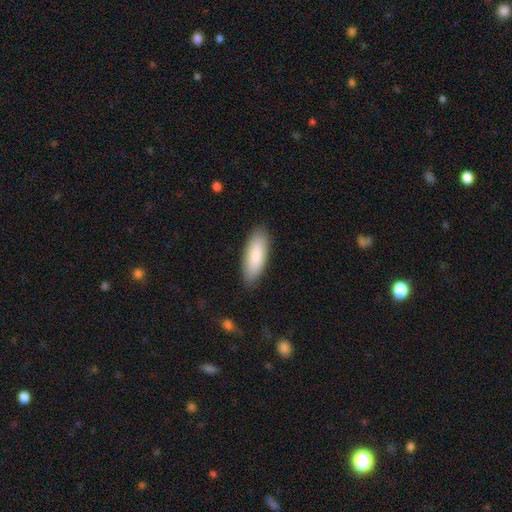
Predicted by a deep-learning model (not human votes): Smooth or featured?
  - smooth: 86% *
  - featured or disk: 9%
  - star or artifact: 5%
How rounded?
  - in between: 68% *
  - cigar-shaped: 31%
  - round: 2%
Merging?
  - none: 87% *
  - minor disturbance: 10%
  - major disturbance: 2%
  - merger: 1%